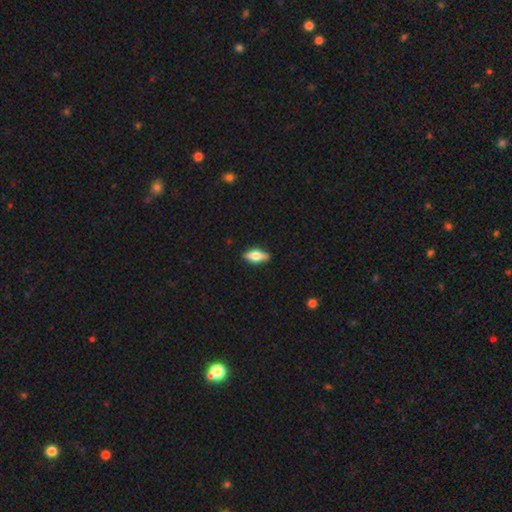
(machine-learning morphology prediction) Smooth or featured? featured or disk (48%)
Merging? none (88%)